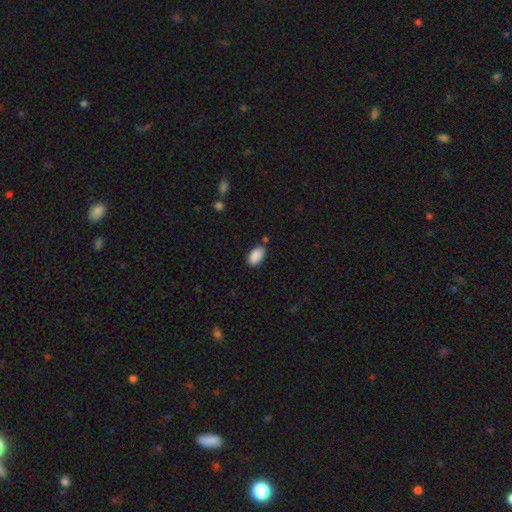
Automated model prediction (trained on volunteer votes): smooth-or-featured: smooth: 90% | star or artifact: 7% | featured or disk: 3%
  how-rounded: in between: 94% | round: 4% | cigar-shaped: 2%
  merging: none: 80% | minor disturbance: 13% | merger: 4% | major disturbance: 3%